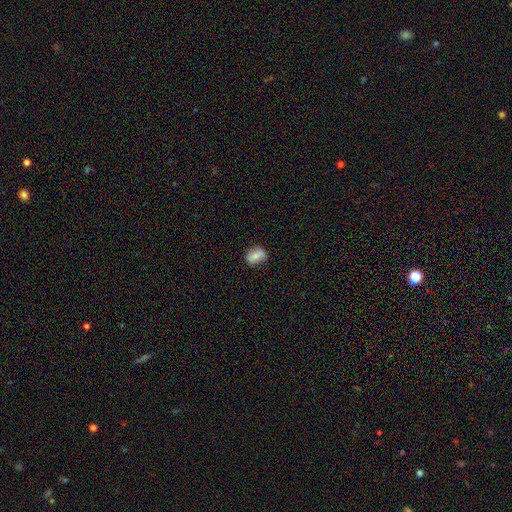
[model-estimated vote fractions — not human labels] This appears to be a smooth galaxy with no disk features (78%) that is in between round and cigar-shaped (73%). Merging: none (79%).